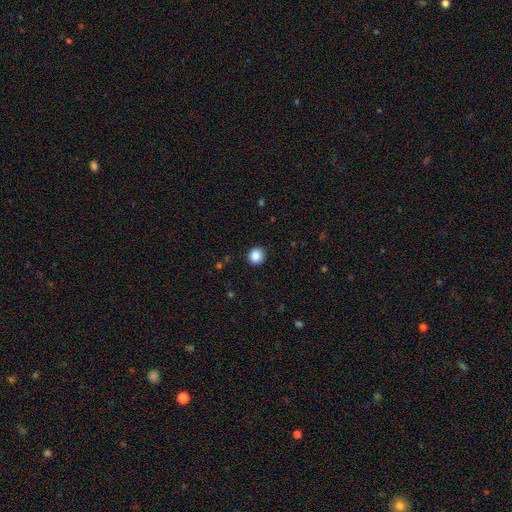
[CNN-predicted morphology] smooth 88%, star or artifact 9%, featured or disk 3%. Down the decision tree: how rounded — round (90%); merging — none (91%).